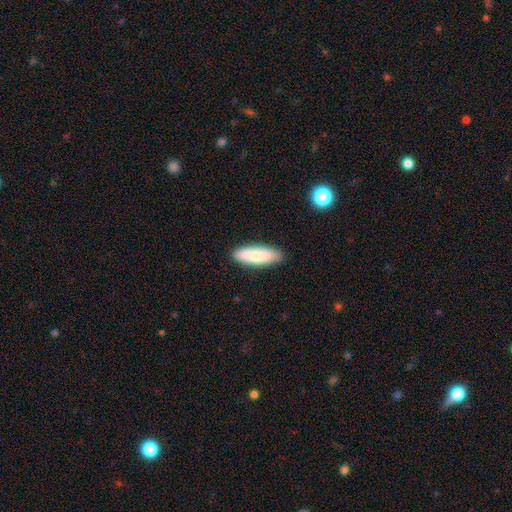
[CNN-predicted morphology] Q: Smooth or featured?
A: smooth (79%); runner-up: featured or disk (15%)
Q: How rounded?
A: in between (54%); runner-up: cigar-shaped (44%)
Q: Merging?
A: none (86%); runner-up: minor disturbance (11%)